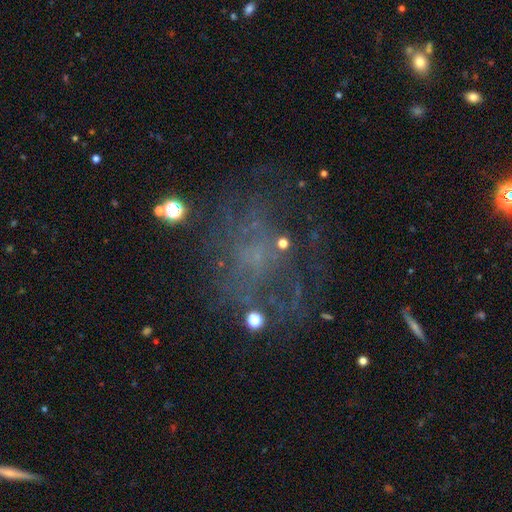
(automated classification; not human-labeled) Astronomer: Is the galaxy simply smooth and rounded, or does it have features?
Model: featured or disk — 56%.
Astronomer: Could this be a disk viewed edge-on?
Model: no — 97%.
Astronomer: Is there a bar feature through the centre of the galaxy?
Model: no — 82%.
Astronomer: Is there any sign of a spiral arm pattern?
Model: no — 53% (runner-up: yes, 47%).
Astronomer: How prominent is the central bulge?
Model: none — 57%.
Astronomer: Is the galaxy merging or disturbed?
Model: none — 53%.